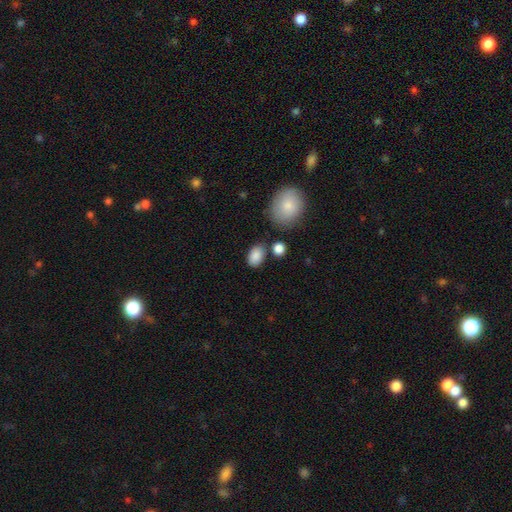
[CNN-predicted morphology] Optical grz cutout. It shows a smooth galaxy with no disk features (87%) that is in between round and cigar-shaped (85%). Merging: none (76%).